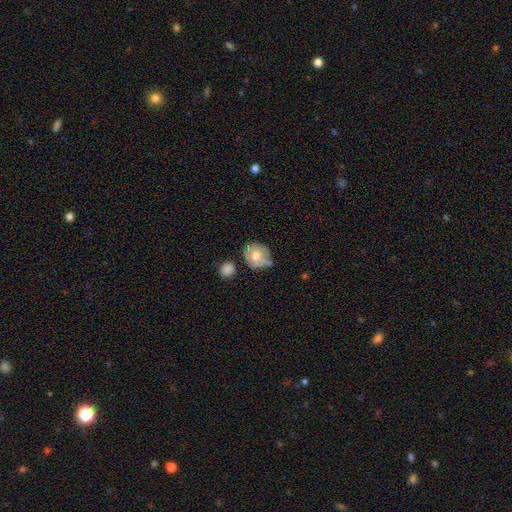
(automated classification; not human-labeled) This is likely a smooth galaxy (65%). How rounded: likely round (72%). Merging: possibly none (54%).